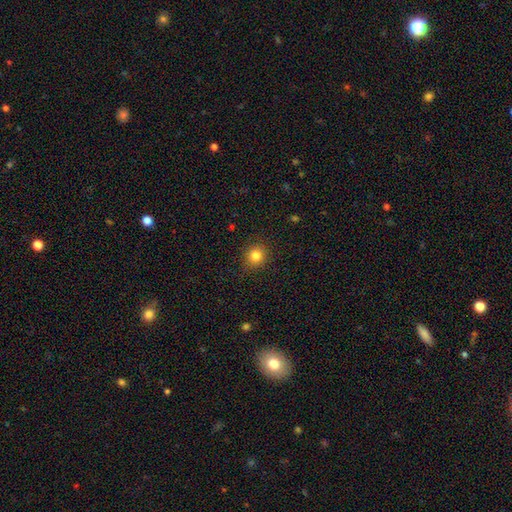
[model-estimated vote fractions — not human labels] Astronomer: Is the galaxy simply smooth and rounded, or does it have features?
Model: smooth — 82%.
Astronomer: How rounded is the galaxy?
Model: round — 86%.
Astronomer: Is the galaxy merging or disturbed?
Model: none — 88%.